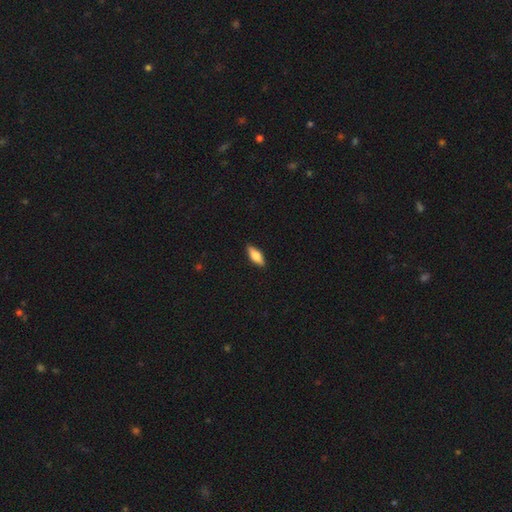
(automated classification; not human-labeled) A smooth galaxy with no disk features (68%) that is in between round and cigar-shaped (72%). Merging: none (89%).